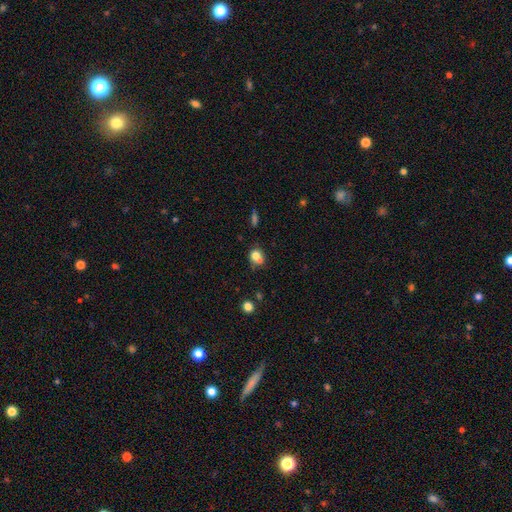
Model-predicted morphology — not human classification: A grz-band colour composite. It shows a smooth galaxy with no disk features (75%) that is round (70%). Merging: none (44%).